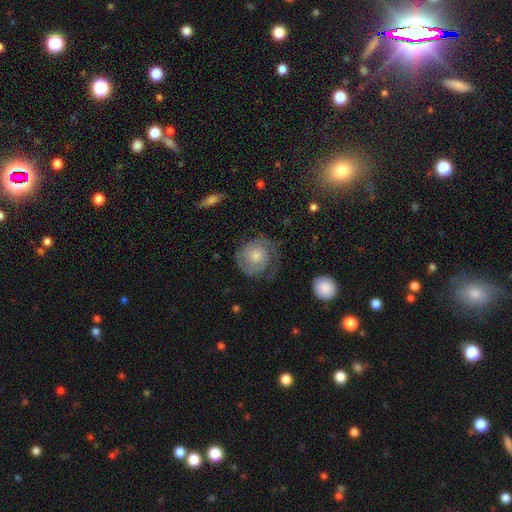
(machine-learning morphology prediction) Smooth or featured?
  - featured or disk: 65% *
  - smooth: 28%
  - star or artifact: 7%
Edge-on disk?
  - no: 98% *
  - yes: 2%
Bar?
  - no: 79% *
  - weak: 18%
  - strong: 3%
Spiral arms?
  - yes: 89% *
  - no: 11%
Spiral winding?
  - tight: 58% *
  - medium: 30%
  - loose: 12%
Spiral arm count?
  - 2: 54% *
  - can't tell: 22%
  - 1: 12%
  - 3: 7%
  - 4: 3%
  - more than 4: 3%
Bulge size?
  - small: 45% *
  - moderate: 40%
  - large: 8%
  - none: 6%
  - dominant: 2%
Merging?
  - none: 61% *
  - minor disturbance: 21%
  - major disturbance: 17%
  - merger: 2%